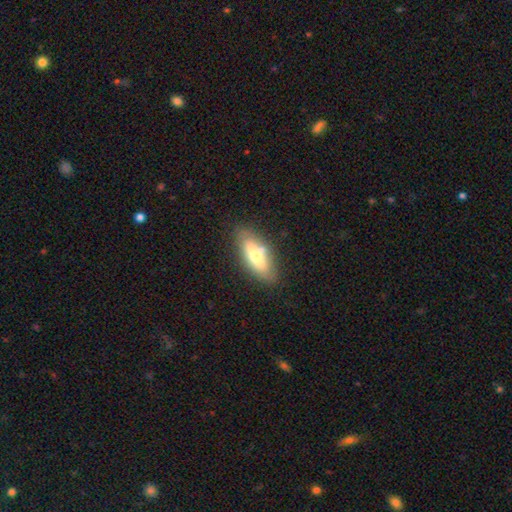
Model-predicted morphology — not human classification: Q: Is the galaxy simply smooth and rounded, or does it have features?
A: smooth — 62%.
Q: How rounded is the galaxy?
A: in between — 64%.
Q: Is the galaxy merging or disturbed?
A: none — 77%.